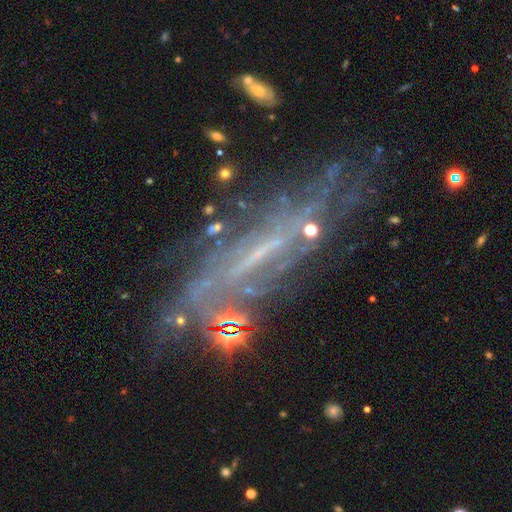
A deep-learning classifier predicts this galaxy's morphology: smooth_or_featured: featured or disk (p=0.69) [alt: star or artifact p=0.16]
disk_edge_on: no (p=0.55) [alt: yes p=0.45]
merging: none (p=0.58) [alt: minor disturbance p=0.19]